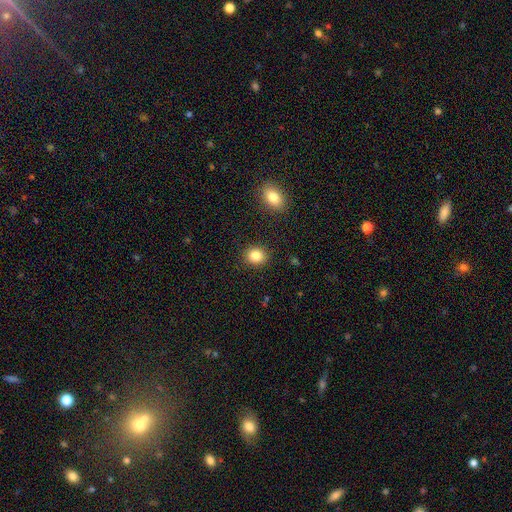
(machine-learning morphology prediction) Overall: smooth (85%). How rounded: round (72%). Merging: none (90%).